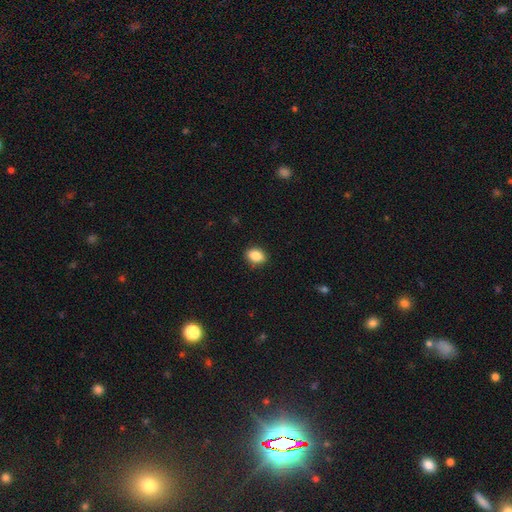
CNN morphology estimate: smooth_or_featured: smooth (p=0.87) [alt: star or artifact p=0.08]
how_rounded: in between (p=0.77) [alt: round p=0.22]
merging: none (p=0.88) [alt: minor disturbance p=0.09]